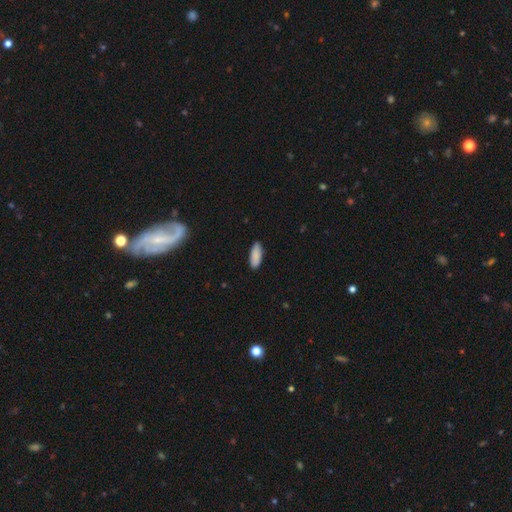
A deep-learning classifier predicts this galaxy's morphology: Smooth or featured?
  - smooth: 88% *
  - star or artifact: 6%
  - featured or disk: 6%
How rounded?
  - in between: 70% *
  - cigar-shaped: 29%
  - round: 2%
Merging?
  - none: 87% *
  - minor disturbance: 10%
  - major disturbance: 2%
  - merger: 1%